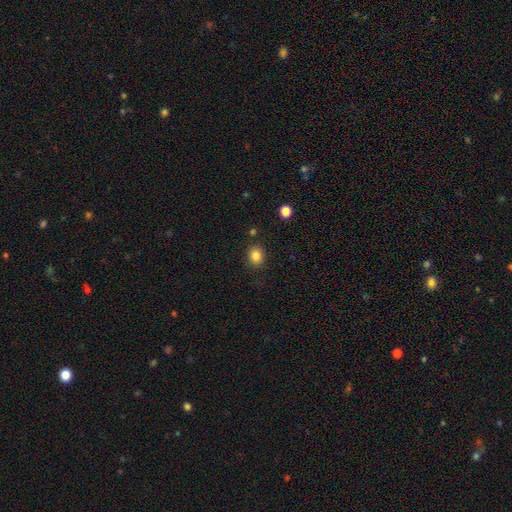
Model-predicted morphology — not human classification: This appears to be a smooth galaxy with no disk features (84%) that is round (67%). Merging: none (85%).